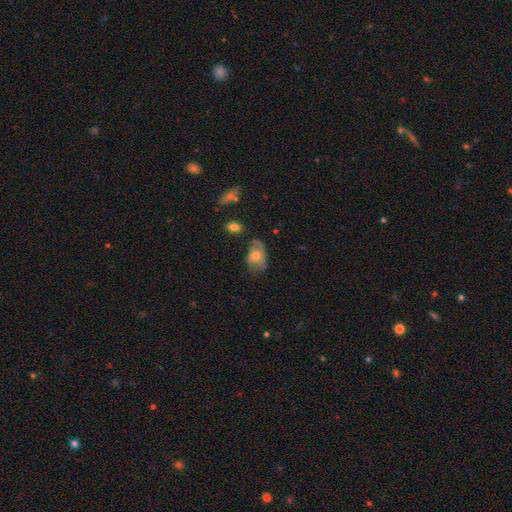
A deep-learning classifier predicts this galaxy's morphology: smooth_or_featured: smooth (p=0.49) [alt: featured or disk p=0.42]
merging: none (p=0.51) [alt: minor disturbance p=0.31]